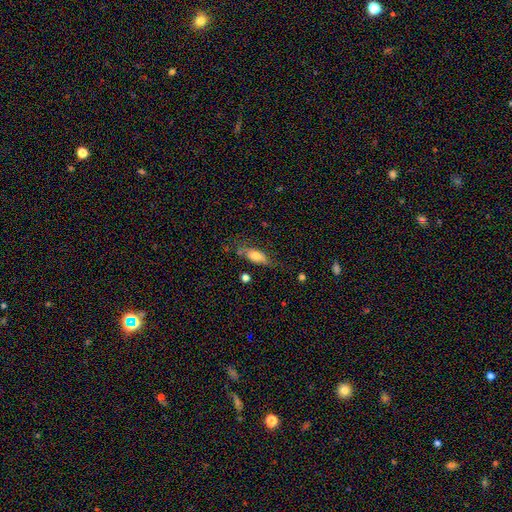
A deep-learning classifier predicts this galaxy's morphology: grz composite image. It shows a smooth galaxy with no disk features (65%) that is in between round and cigar-shaped (68%). Merging: none (60%).